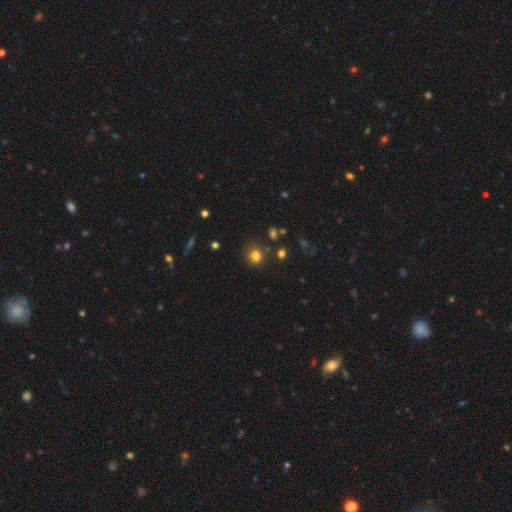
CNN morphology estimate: A smooth galaxy with no disk features (80%) that is round (67%).

Vote fractions:
- Smooth or featured? smooth: 80% / star or artifact: 14% / featured or disk: 7%
- How rounded? round: 67% / in between: 32% / cigar-shaped: 1%
- Merging? none: 73% / minor disturbance: 16% / merger: 6% / major disturbance: 5%